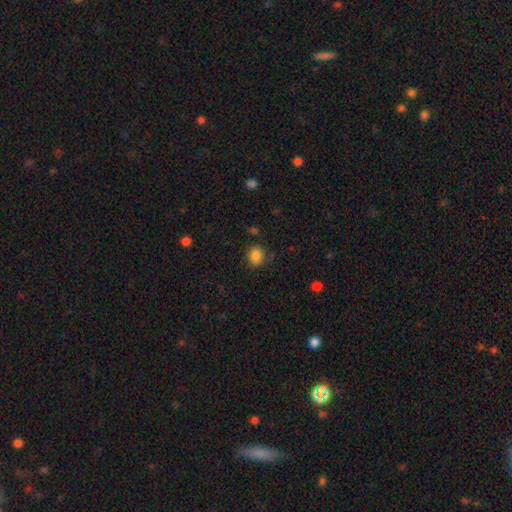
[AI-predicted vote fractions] A smooth galaxy with no disk features (85%) that is round (54%). Merging: none (76%).